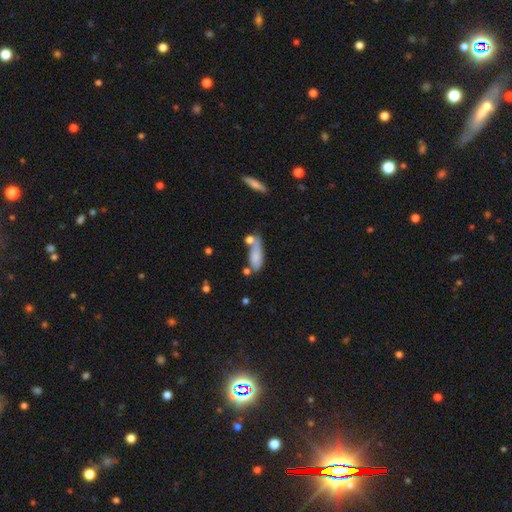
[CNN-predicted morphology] type=smooth (78%); roundness=in between (60%); merging=none (48%).